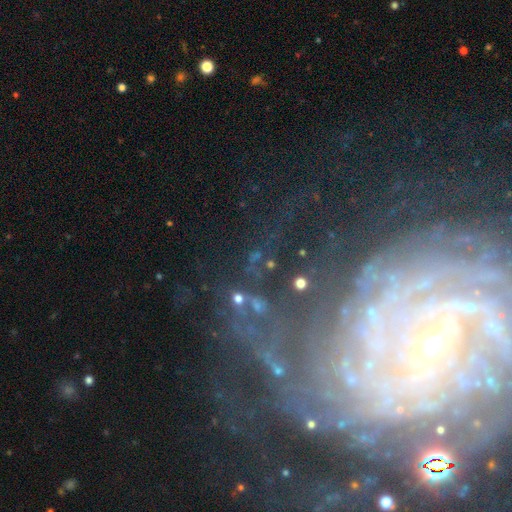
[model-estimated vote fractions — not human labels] This is marginally a star or artifact rather than a galaxy (43%).